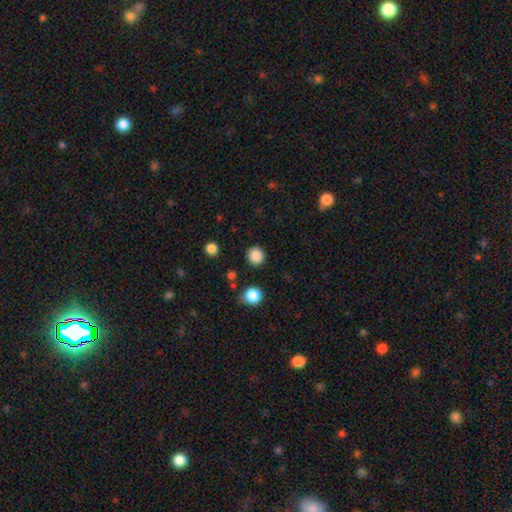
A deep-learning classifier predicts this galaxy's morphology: The model was most divided on "smooth or featured": smooth: 86%, star or artifact: 11%, featured or disk: 3%. More confident: how rounded — round (92%); merging — none (90%).